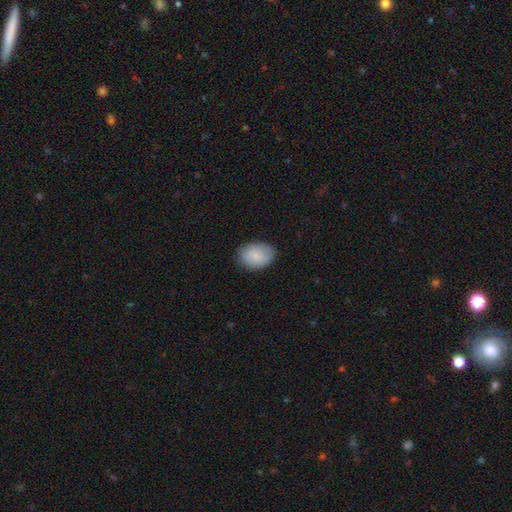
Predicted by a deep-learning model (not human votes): Q: Smooth or featured?
A: smooth (85%); runner-up: featured or disk (9%)
Q: How rounded?
A: in between (77%); runner-up: round (22%)
Q: Merging?
A: none (82%); runner-up: minor disturbance (14%)